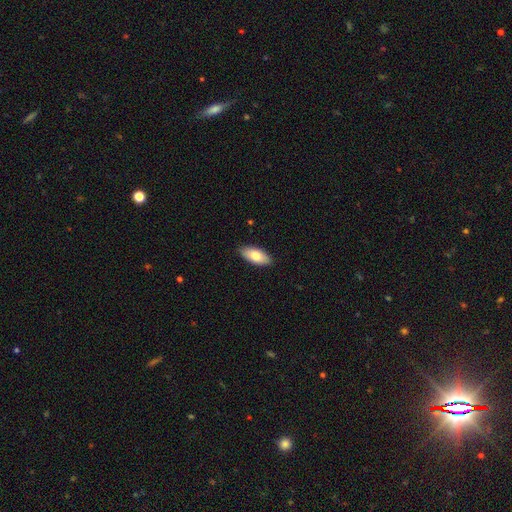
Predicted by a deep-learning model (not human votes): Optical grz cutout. It shows a smooth galaxy with no disk features (77%) that is in between round and cigar-shaped (89%). Merging: none (88%).